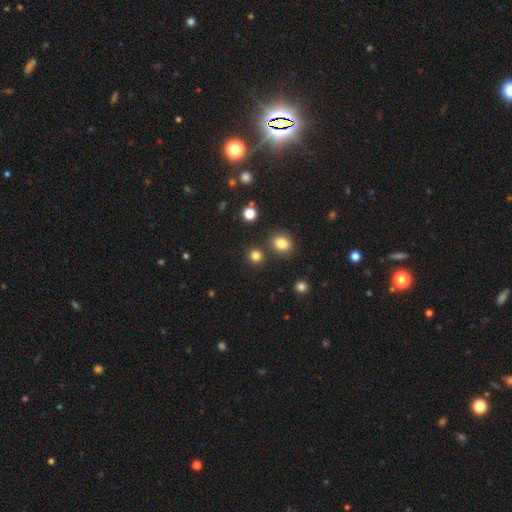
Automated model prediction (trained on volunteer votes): smooth-or-featured: smooth: 81% | star or artifact: 15% | featured or disk: 4%
  how-rounded: round: 87% | in between: 12% | cigar-shaped: 1%
  merging: none: 83% | merger: 8% | minor disturbance: 7% | major disturbance: 3%